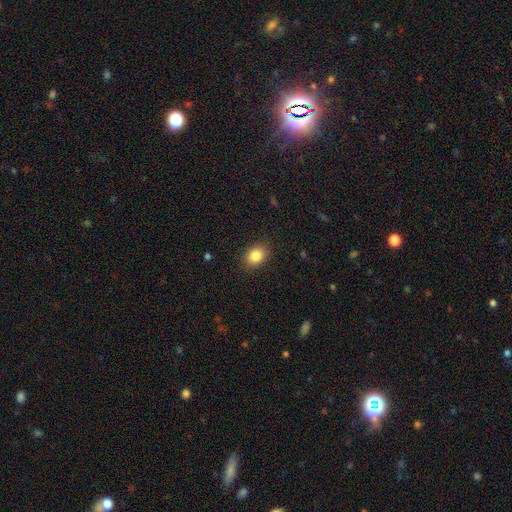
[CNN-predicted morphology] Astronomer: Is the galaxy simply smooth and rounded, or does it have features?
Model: smooth — 84%.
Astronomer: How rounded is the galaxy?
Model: in between — 65%.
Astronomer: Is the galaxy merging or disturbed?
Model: none — 88%.